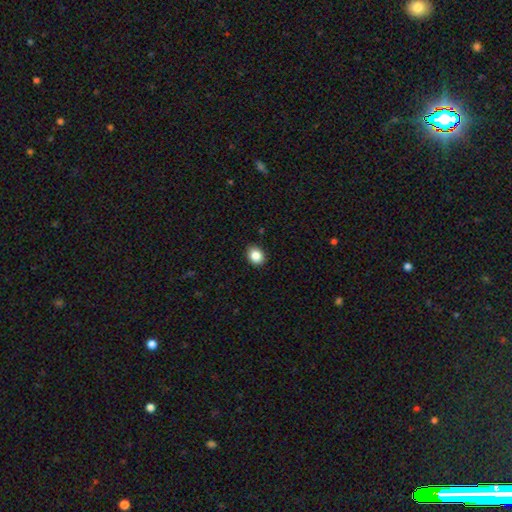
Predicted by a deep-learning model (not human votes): This appears to be a smooth galaxy with no disk features (85%) that is round (60%). Merging: none (91%).